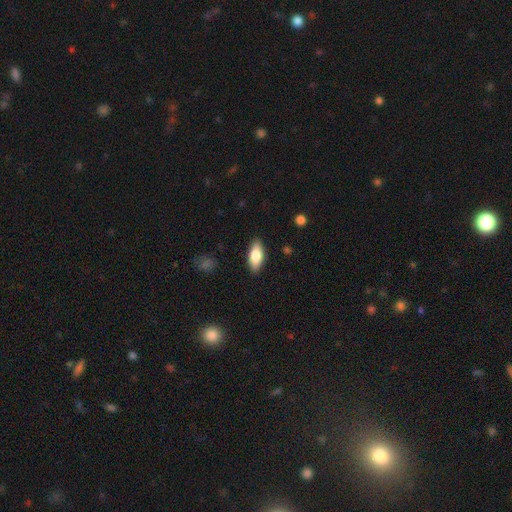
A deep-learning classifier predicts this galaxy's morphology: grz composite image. It shows a smooth galaxy with no disk features (79%) that is in between round and cigar-shaped (86%). Merging: none (88%).